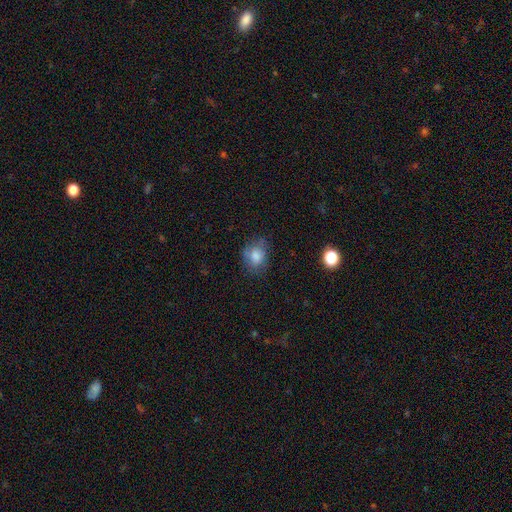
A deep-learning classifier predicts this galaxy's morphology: smooth_or_featured: smooth (p=0.78) [alt: featured or disk p=0.12]
how_rounded: round (p=0.56) [alt: in between p=0.43]
merging: none (p=0.65) [alt: minor disturbance p=0.24]